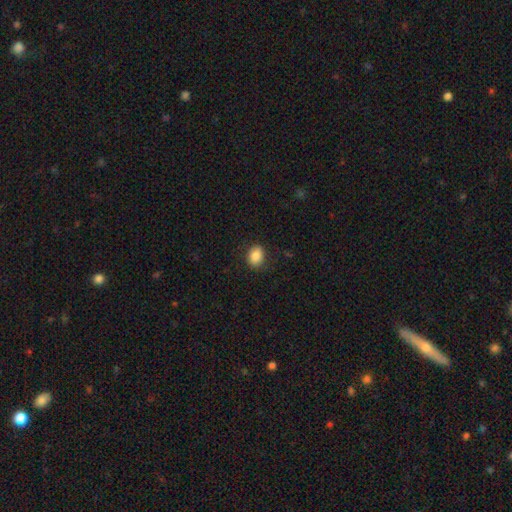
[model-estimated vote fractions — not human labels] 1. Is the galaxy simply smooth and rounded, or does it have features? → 86% smooth, 9% star or artifact, 5% featured or disk.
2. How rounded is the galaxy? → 66% in between, 33% round, 1% cigar-shaped.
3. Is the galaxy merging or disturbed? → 86% none, 10% minor disturbance, 3% major disturbance, 1% merger.